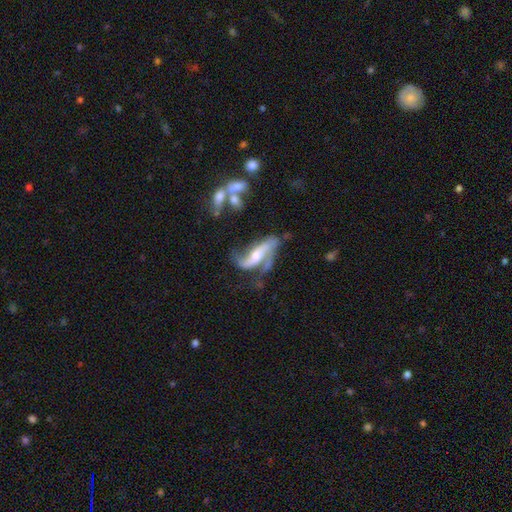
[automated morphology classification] This is likely a featured or disk galaxy (79%). It is clearly not viewed edge-on (90%). Bar: marginally no (37%). Spiral arm pattern: clearly yes (90%). Spiral arm count: likely 2 (79%). Spiral winding: possibly loose (59%). Central bulge: possibly moderate (52%). Merging: marginally none (38%).